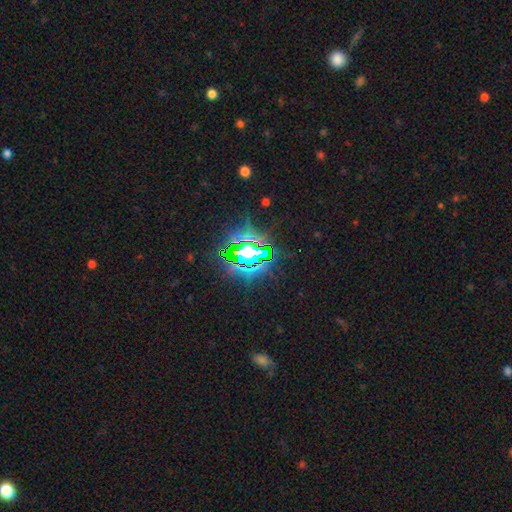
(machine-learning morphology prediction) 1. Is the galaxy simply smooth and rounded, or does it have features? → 81% star or artifact, 11% smooth, 8% featured or disk.